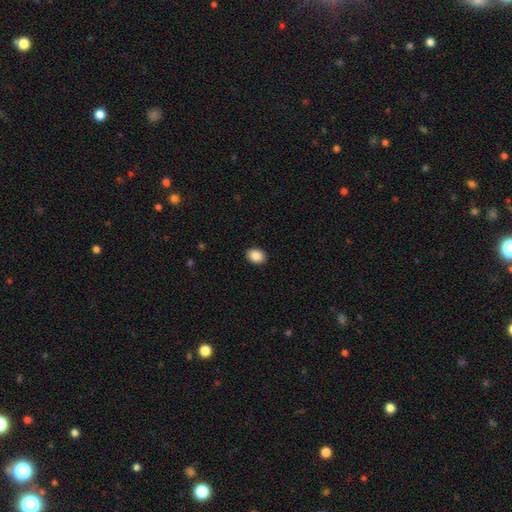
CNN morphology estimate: type=smooth (88%); roundness=in between (69%); merging=none (91%).